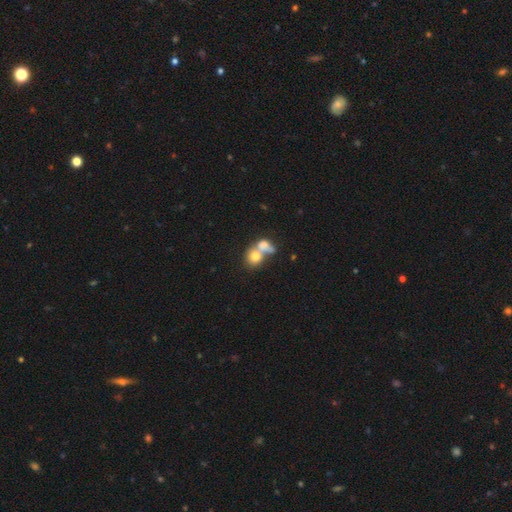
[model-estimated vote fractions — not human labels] Smooth or featured: smooth — 74% (featured or disk — 16%)
How rounded: round — 66% (in between — 32%)
Merging: merger — 64% (none — 24%)